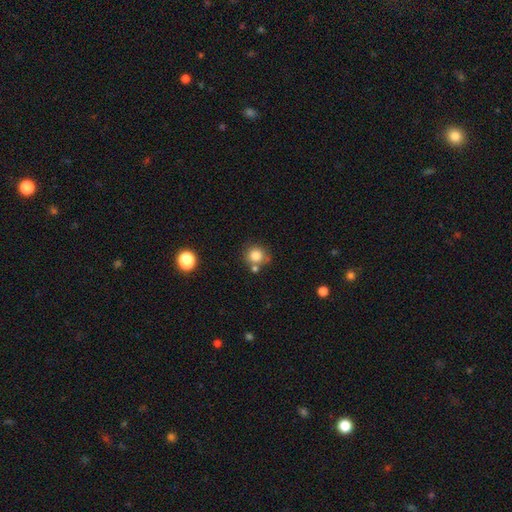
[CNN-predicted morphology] Overall: smooth (82%). How rounded: round (89%). Merging: none (67%).